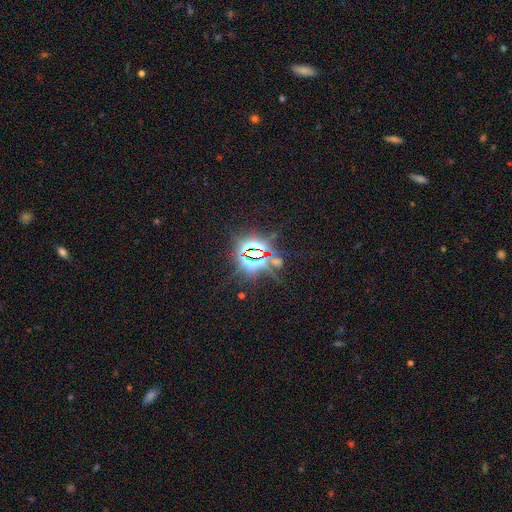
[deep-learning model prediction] Overall: star or artifact (85%).